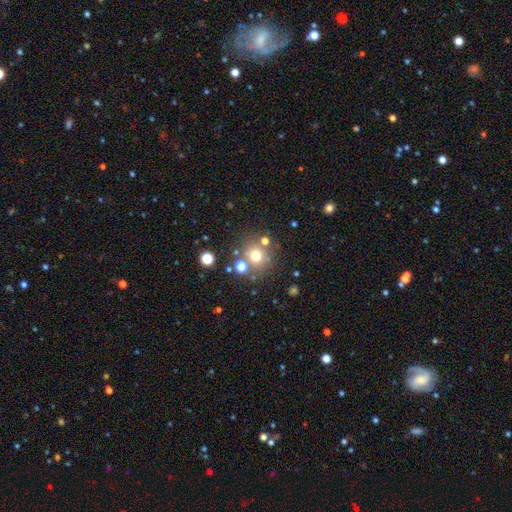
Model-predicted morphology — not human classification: Smooth or featured? Predicted: smooth (p=0.67). How rounded? Predicted: round (p=0.88). Merging? Predicted: none (p=0.72).